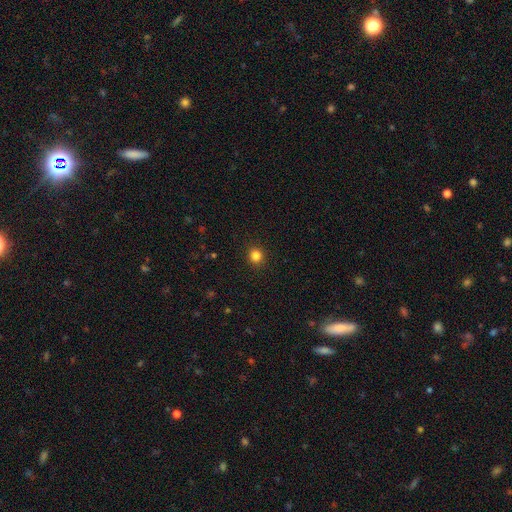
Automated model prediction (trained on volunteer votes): A smooth galaxy with no disk features (83%) that is round (87%). Merging: none (92%).